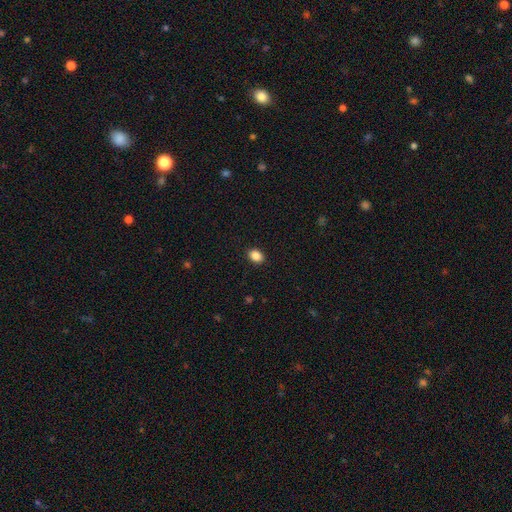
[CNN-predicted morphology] A smooth galaxy with no disk features (87%) that is in between round and cigar-shaped (66%).

Vote fractions:
- Smooth or featured? smooth: 87% / star or artifact: 9% / featured or disk: 3%
- How rounded? in between: 66% / round: 33% / cigar-shaped: 1%
- Merging? none: 90% / minor disturbance: 7% / major disturbance: 2% / merger: 1%